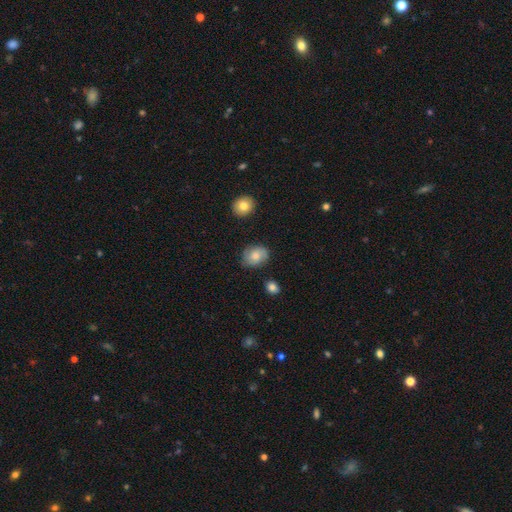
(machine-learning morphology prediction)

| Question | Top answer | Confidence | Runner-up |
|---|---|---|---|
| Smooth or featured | smooth | 61% | featured or disk (30%) |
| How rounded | in between | 51% | round (48%) |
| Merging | none | 78% | minor disturbance (16%) |